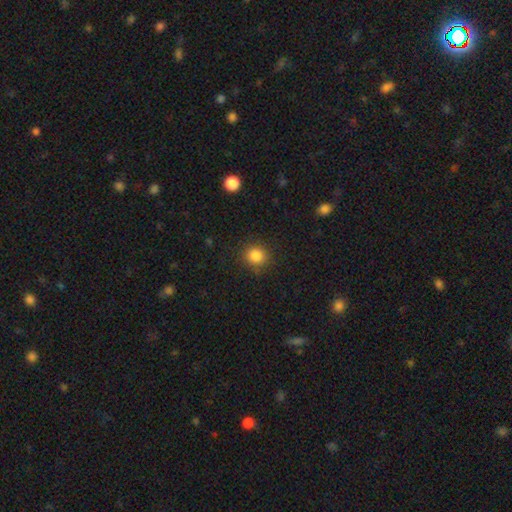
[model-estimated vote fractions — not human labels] Smooth or featured?
  - smooth: 84% *
  - star or artifact: 11%
  - featured or disk: 4%
How rounded?
  - round: 89% *
  - in between: 10%
  - cigar-shaped: 1%
Merging?
  - none: 88% *
  - minor disturbance: 8%
  - major disturbance: 3%
  - merger: 1%